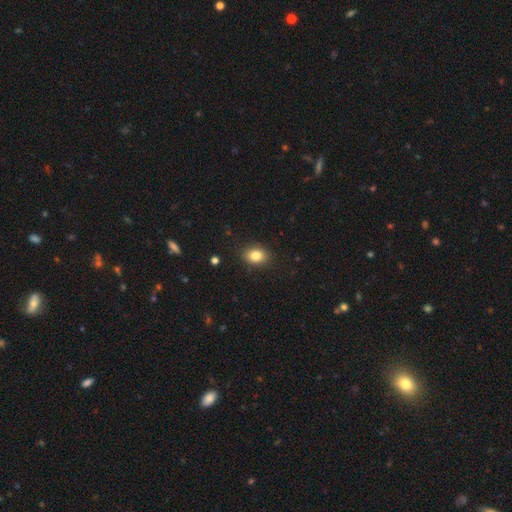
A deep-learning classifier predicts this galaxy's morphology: type=smooth (84%); roundness=in between (67%); merging=none (86%).